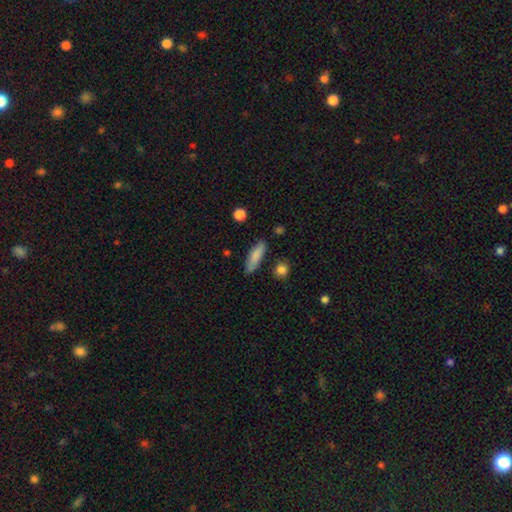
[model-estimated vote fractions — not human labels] smooth_or_featured: smooth (p=0.82) [alt: featured or disk p=0.12]
how_rounded: cigar-shaped (p=0.54) [alt: in between p=0.43]
merging: none (p=0.81) [alt: minor disturbance p=0.13]